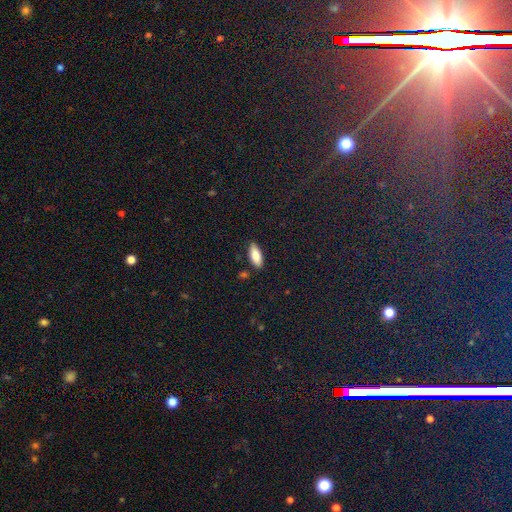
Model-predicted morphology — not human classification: The model was most divided on "how rounded": in between: 78%, cigar-shaped: 20%, round: 2%. More confident: merging — none (86%); smooth or featured — smooth (84%).